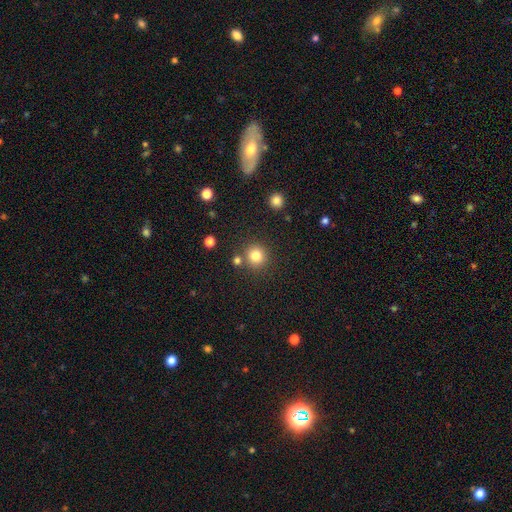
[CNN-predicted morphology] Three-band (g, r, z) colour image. It shows a smooth galaxy with no disk features (82%) that is round (93%). Merging: none (82%).